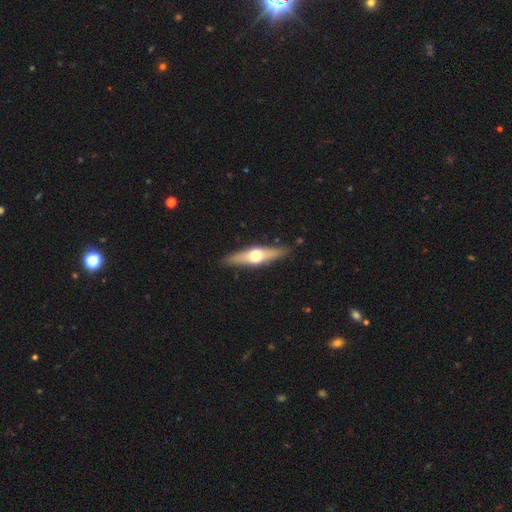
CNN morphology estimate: smooth_or_featured: featured or disk (p=0.59) [alt: smooth p=0.36]
disk_edge_on: yes (p=0.92) [alt: no p=0.08]
edge_on_bulge: rounded (p=0.96) [alt: boxy p=0.02]
merging: none (p=0.89) [alt: minor disturbance p=0.08]